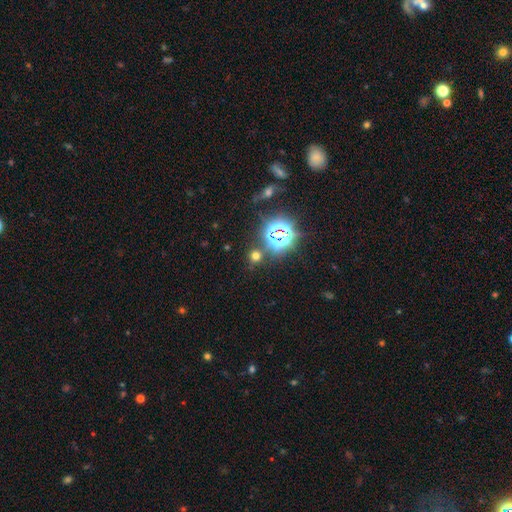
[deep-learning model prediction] Smooth or featured? smooth (48%)
Merging? none (79%)